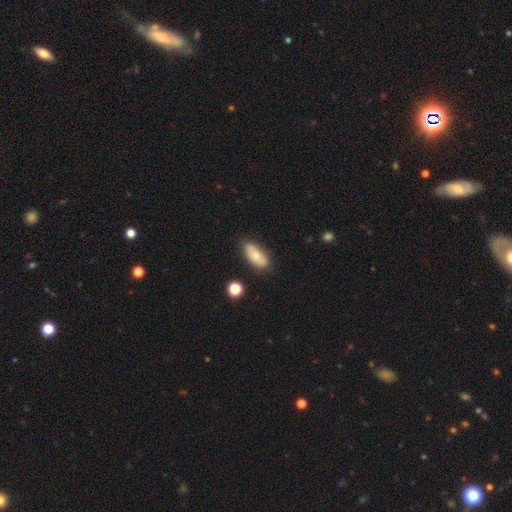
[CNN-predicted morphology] smooth_or_featured: smooth (p=0.74) [alt: featured or disk p=0.19]
how_rounded: in between (p=0.86) [alt: cigar-shaped p=0.10]
merging: none (p=0.77) [alt: minor disturbance p=0.17]